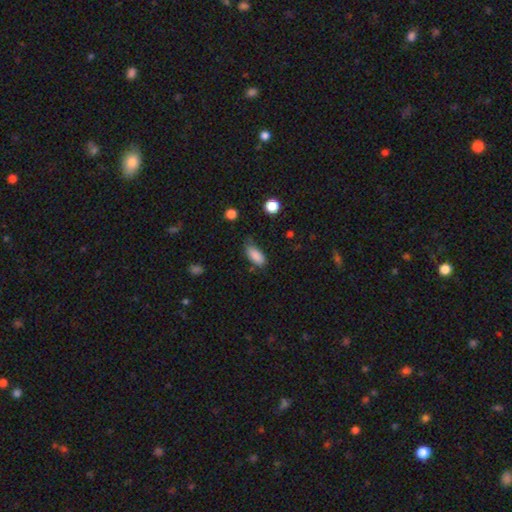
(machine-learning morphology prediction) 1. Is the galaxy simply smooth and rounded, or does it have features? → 87% smooth, 8% star or artifact, 6% featured or disk.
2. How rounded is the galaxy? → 85% in between, 12% cigar-shaped, 3% round.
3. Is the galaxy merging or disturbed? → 63% none, 28% minor disturbance, 6% major disturbance, 3% merger.